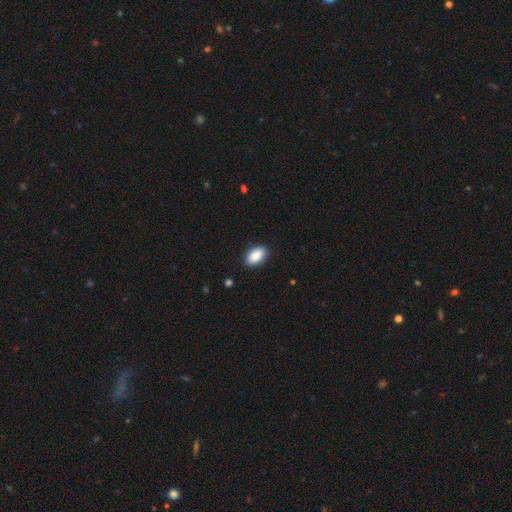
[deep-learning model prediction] The model was most divided on "merging": none: 88%, minor disturbance: 9%, major disturbance: 2%, merger: 1%. More confident: how rounded — in between (93%); smooth or featured — smooth (89%).